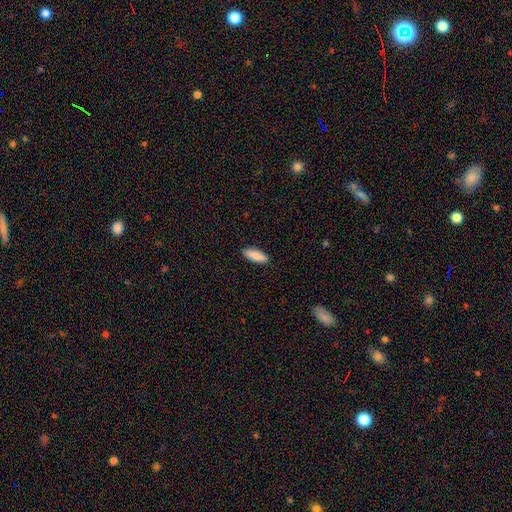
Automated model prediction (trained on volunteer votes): Smooth or featured? smooth (88%)
How rounded? in between (64%)
Merging? none (90%)